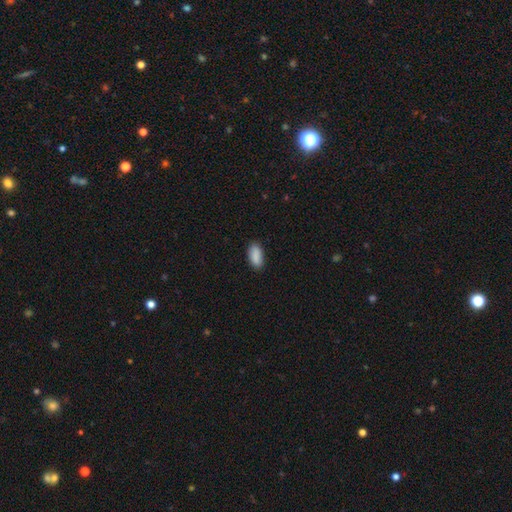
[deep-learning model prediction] Smooth or featured: smooth — 90% (star or artifact — 7%)
How rounded: in between — 90% (cigar-shaped — 8%)
Merging: none — 87% (minor disturbance — 10%)